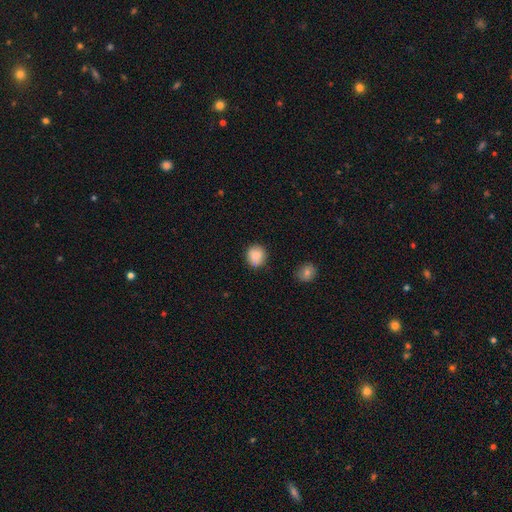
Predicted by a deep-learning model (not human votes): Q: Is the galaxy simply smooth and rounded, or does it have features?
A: smooth — 87%.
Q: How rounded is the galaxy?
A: round — 86%.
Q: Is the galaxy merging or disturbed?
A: none — 85%.